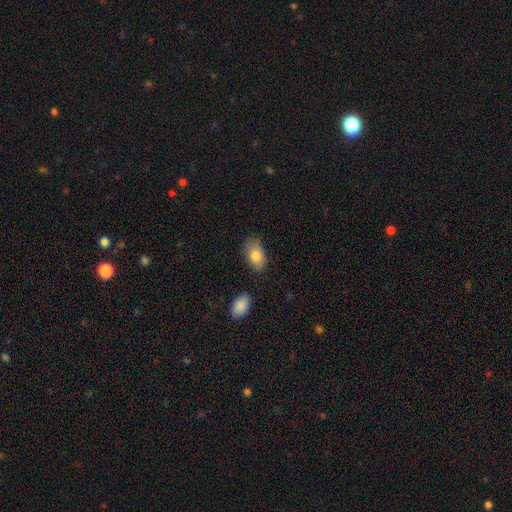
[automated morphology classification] smooth 84%, featured or disk 10%, star or artifact 7%. Down the decision tree: how rounded — in between (92%); merging — none (72%).